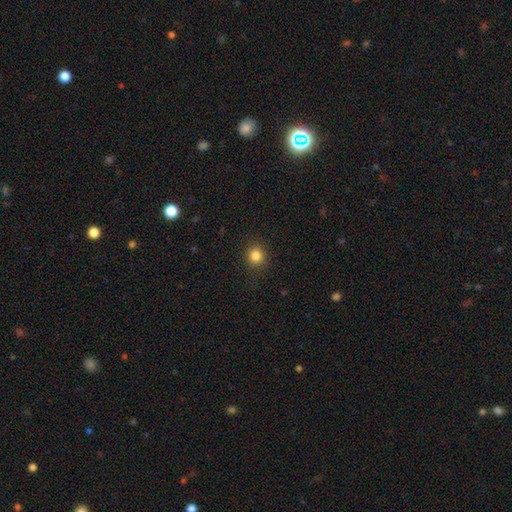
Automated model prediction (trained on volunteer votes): smooth-or-featured: smooth: 84% | star or artifact: 11% | featured or disk: 5%
  how-rounded: round: 87% | in between: 12% | cigar-shaped: 1%
  merging: none: 88% | minor disturbance: 8% | major disturbance: 3% | merger: 1%